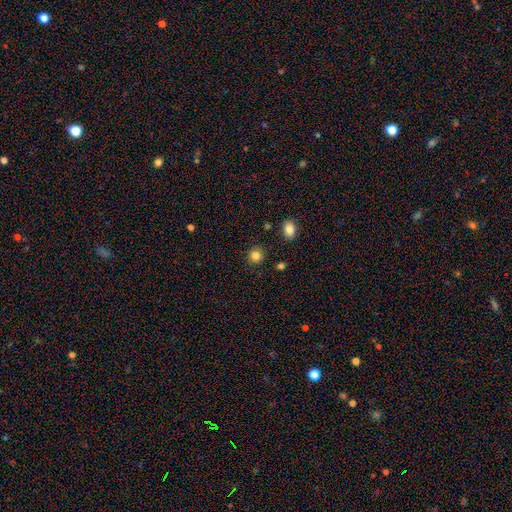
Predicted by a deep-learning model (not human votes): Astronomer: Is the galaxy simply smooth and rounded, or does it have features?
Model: smooth — 83%.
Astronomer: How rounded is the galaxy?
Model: round — 90%.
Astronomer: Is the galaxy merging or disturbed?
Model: none — 89%.